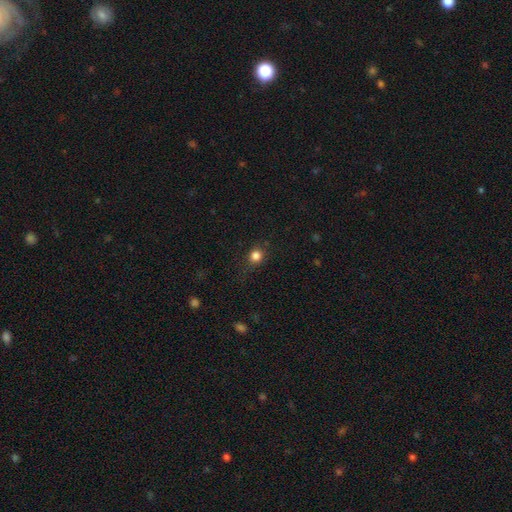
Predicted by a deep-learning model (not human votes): Overall: smooth (82%). How rounded: round (86%). Merging: none (80%).